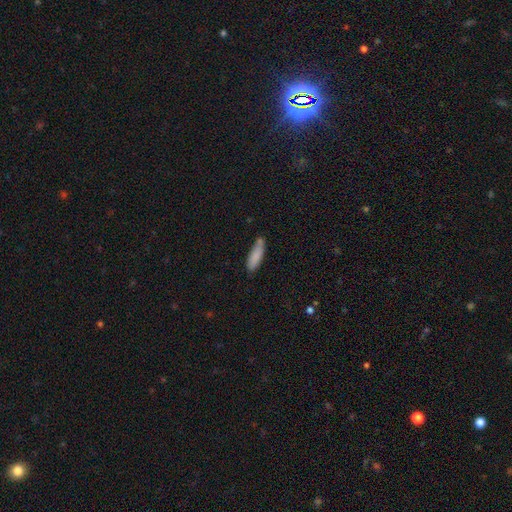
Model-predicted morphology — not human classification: A smooth galaxy with no disk features (84%) that is cigar-shaped (58%). Merging: none (61%).